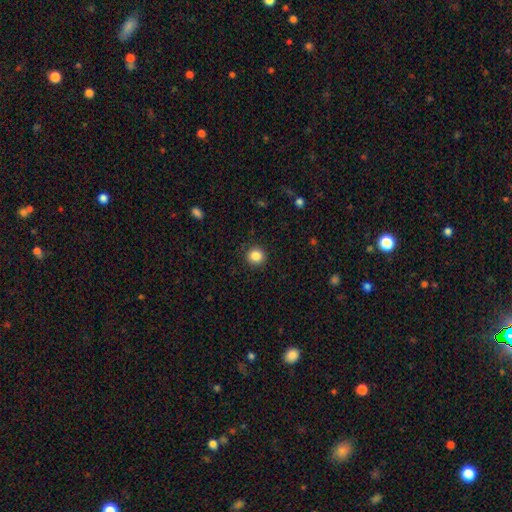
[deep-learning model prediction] A smooth galaxy with no disk features (86%) that is round (91%).

Vote fractions:
- Smooth or featured? smooth: 86% / star or artifact: 10% / featured or disk: 4%
- How rounded? round: 91% / in between: 8% / cigar-shaped: 1%
- Merging? none: 91% / minor disturbance: 6% / major disturbance: 2% / merger: 1%